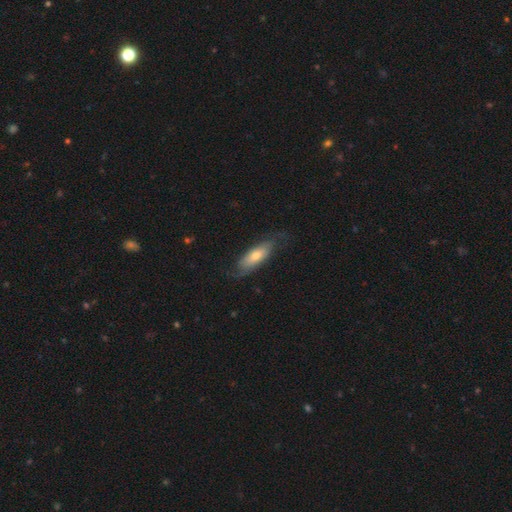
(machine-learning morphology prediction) Overall: smooth (49%; featured or disk 44%). Merging: none (68%).